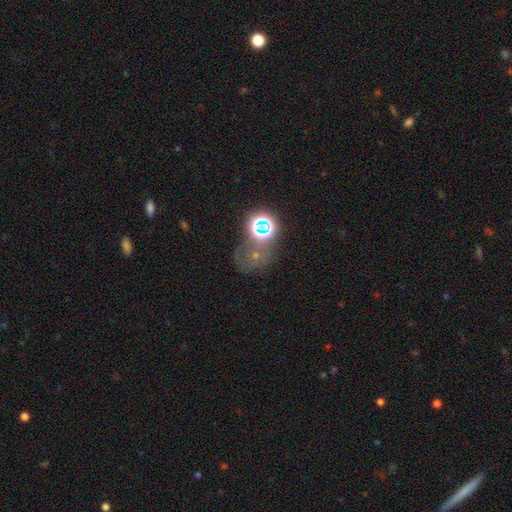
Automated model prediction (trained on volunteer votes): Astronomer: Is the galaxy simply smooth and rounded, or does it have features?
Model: star or artifact — 52% (runner-up: smooth, 29%).